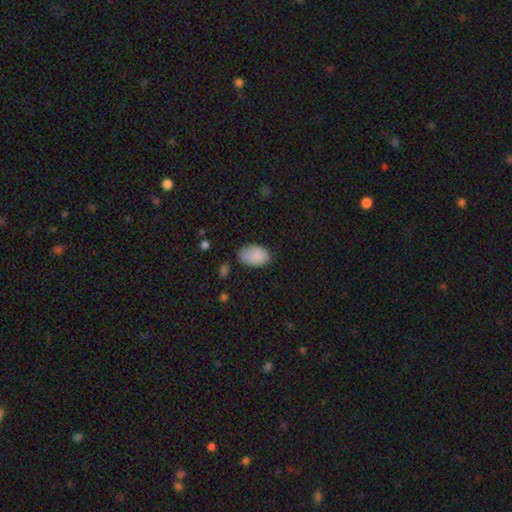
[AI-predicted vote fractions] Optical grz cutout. It shows a smooth galaxy with no disk features (87%) that is in between round and cigar-shaped (89%). Merging: none (70%).